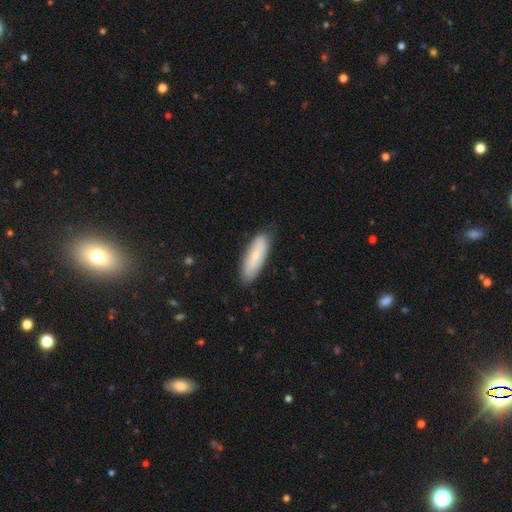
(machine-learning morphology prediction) smooth 68%, featured or disk 26%, star or artifact 6%. Down the decision tree: how rounded — in between (56%); merging — none (82%).